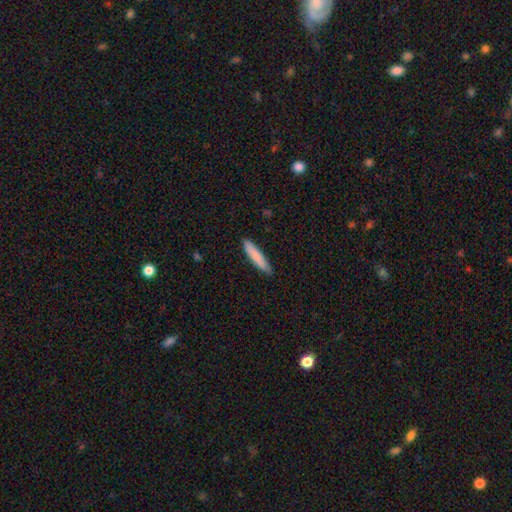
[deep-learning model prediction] This appears to be a smooth galaxy with no disk features (83%) that is cigar-shaped (89%). Merging: none (87%).